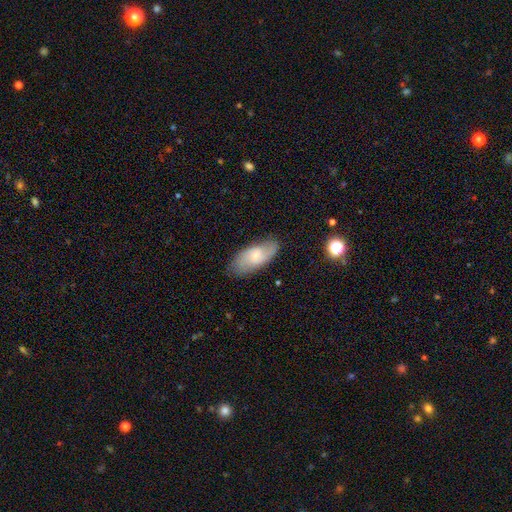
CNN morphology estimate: Smooth or featured? smooth (56%)
How rounded? in between (87%)
Merging? none (76%)